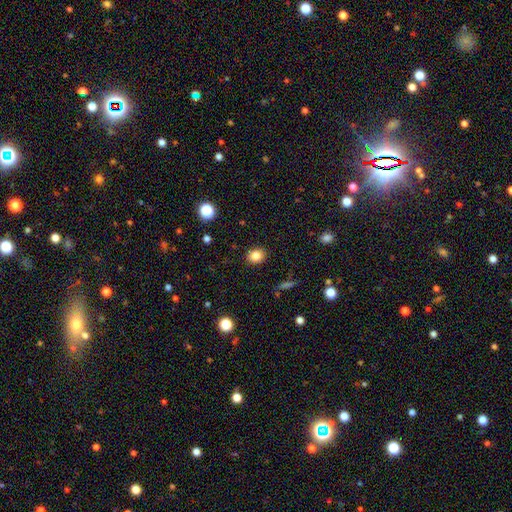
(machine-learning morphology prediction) A smooth galaxy with no disk features (82%) that is round (61%). Merging: none (89%).